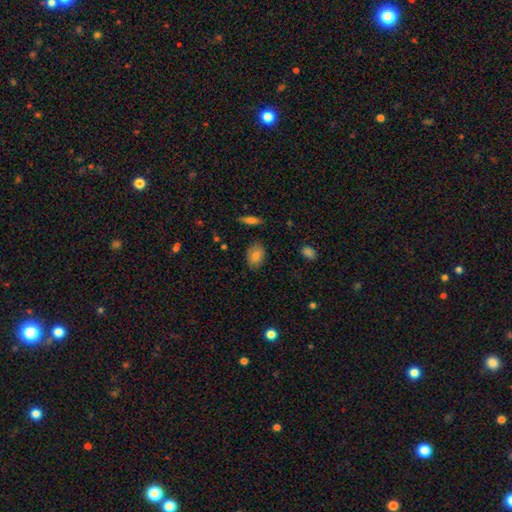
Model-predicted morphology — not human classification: A smooth galaxy with no disk features (80%) that is in between round and cigar-shaped (77%).

Vote fractions:
- Smooth or featured? smooth: 80% / featured or disk: 11% / star or artifact: 8%
- How rounded? in between: 77% / round: 21% / cigar-shaped: 2%
- Merging? none: 82% / minor disturbance: 13% / major disturbance: 3% / merger: 2%